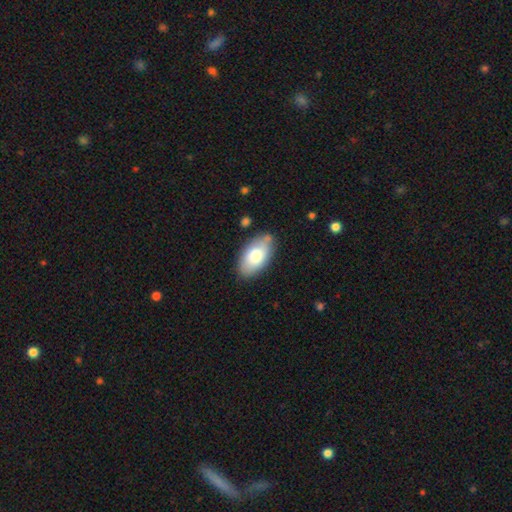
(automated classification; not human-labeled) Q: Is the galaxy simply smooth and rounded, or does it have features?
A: smooth — 78%.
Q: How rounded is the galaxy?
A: in between — 94%.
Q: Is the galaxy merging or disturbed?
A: none — 77%.